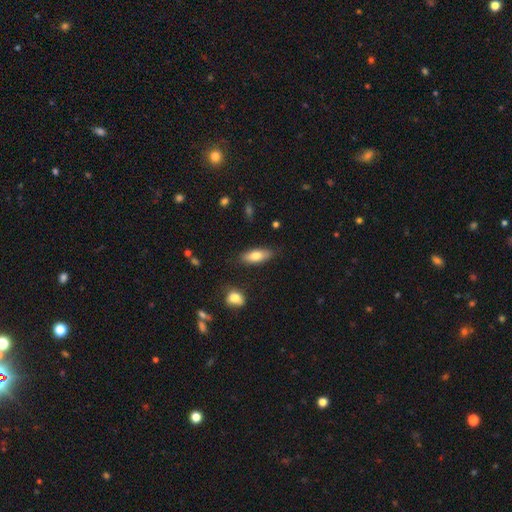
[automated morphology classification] A smooth galaxy with no disk features (76%) that is in between round and cigar-shaped (75%). Merging: none (82%).